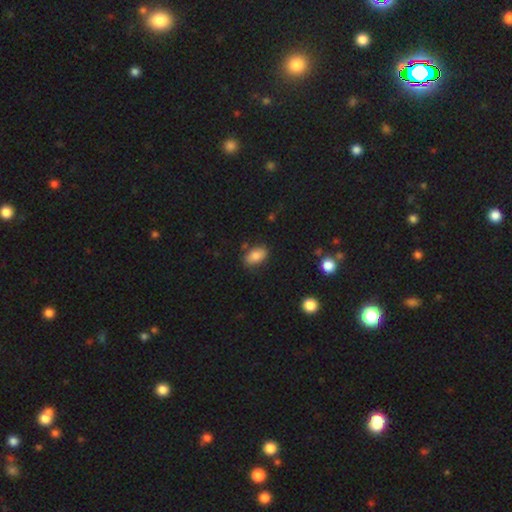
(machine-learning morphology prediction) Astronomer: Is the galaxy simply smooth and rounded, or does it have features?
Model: smooth — 83%.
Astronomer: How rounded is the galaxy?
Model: in between — 91%.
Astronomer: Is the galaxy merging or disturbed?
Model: none — 81%.